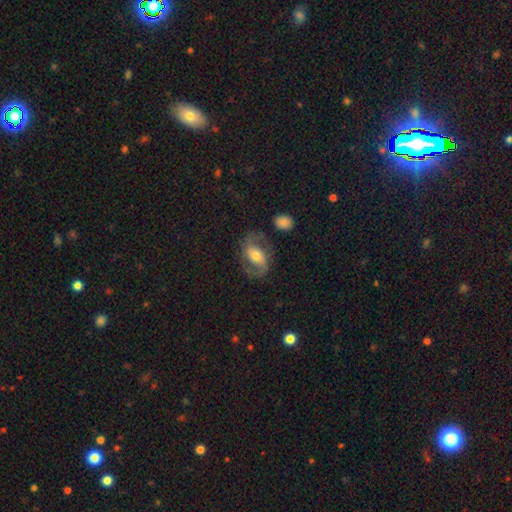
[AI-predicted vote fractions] Smooth or featured? featured or disk (78%)
Edge-on disk? no (97%)
Bar? weak (39%)
Spiral arms? yes (92%)
Spiral winding? medium (53%)
Spiral arm count? 2 (91%)
Bulge size? moderate (66%)
Merging? none (75%)